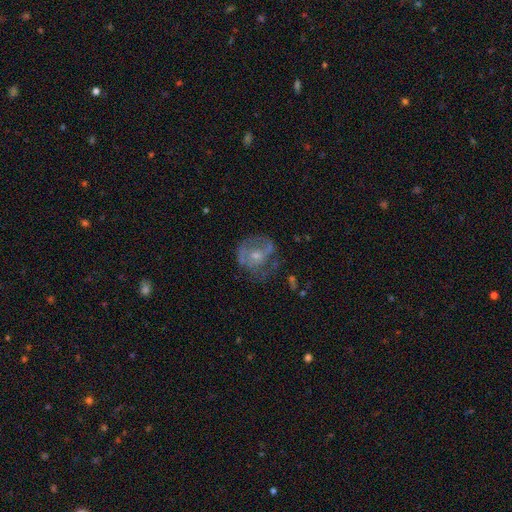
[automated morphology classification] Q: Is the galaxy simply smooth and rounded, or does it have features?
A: featured or disk — 57%.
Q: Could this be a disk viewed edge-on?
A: no — 97%.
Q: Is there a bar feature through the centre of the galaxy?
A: no — 76%.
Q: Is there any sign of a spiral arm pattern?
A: no — 56%.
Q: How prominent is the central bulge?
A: small — 52%.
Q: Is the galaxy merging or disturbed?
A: none — 45%.